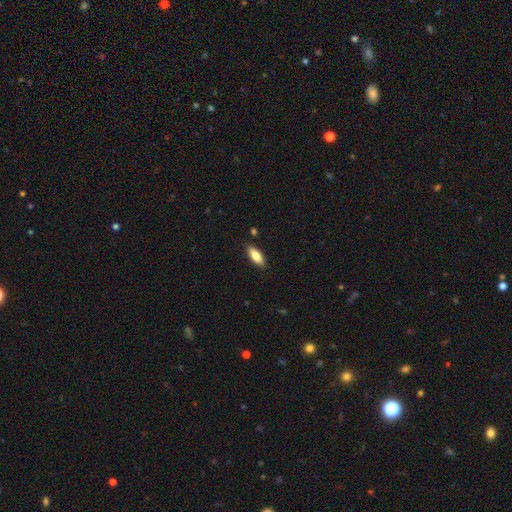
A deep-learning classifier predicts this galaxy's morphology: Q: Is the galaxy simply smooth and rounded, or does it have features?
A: smooth — 80%.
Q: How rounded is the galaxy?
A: in between — 78%.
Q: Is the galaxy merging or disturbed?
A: none — 88%.